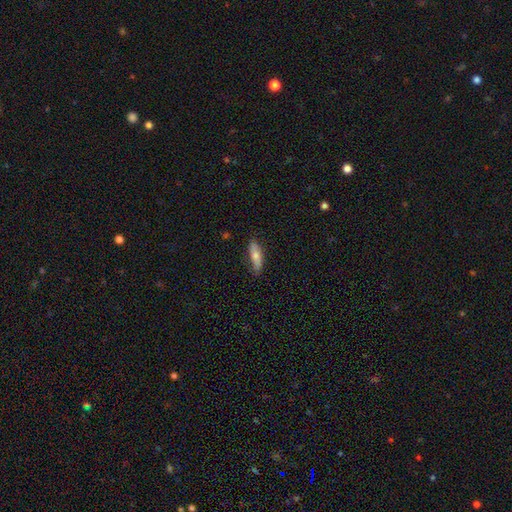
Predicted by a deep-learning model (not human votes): A smooth galaxy with no disk features (68%) that is cigar-shaped (50%). Merging: none (78%).